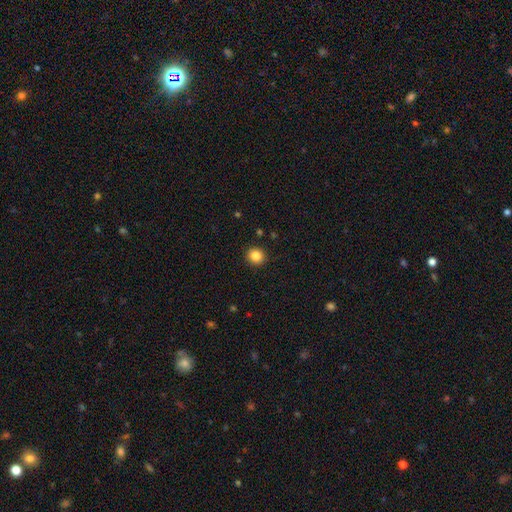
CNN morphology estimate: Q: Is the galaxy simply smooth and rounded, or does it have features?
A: smooth — 85%.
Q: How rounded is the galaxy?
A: round — 90%.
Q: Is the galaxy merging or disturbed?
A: none — 92%.